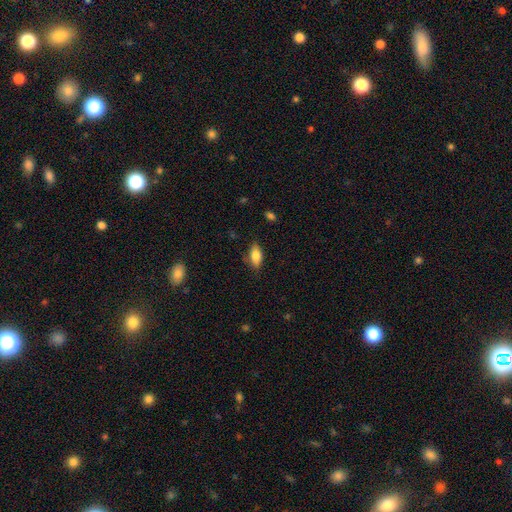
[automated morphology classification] Smooth or featured: smooth — 81% (featured or disk — 11%)
How rounded: in between — 87% (cigar-shaped — 9%)
Merging: none — 81% (minor disturbance — 15%)